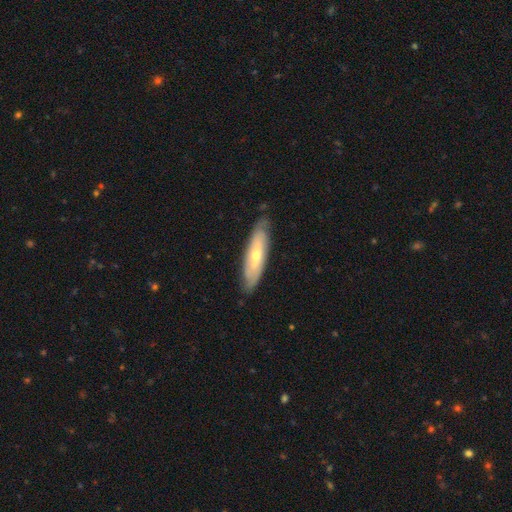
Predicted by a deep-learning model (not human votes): Smooth or featured?
  - featured or disk: 52% *
  - smooth: 42%
  - star or artifact: 6%
Edge-on disk?
  - no: 60% *
  - yes: 40%
Merging?
  - none: 80% *
  - minor disturbance: 16%
  - major disturbance: 3%
  - merger: 1%